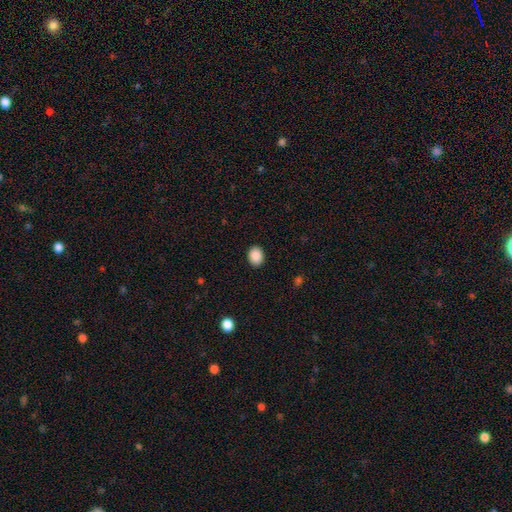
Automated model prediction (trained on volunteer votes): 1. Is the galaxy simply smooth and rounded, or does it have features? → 89% smooth, 8% star or artifact, 3% featured or disk.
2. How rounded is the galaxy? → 59% in between, 40% round, 1% cigar-shaped.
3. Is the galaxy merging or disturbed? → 90% none, 7% minor disturbance, 2% major disturbance, 1% merger.